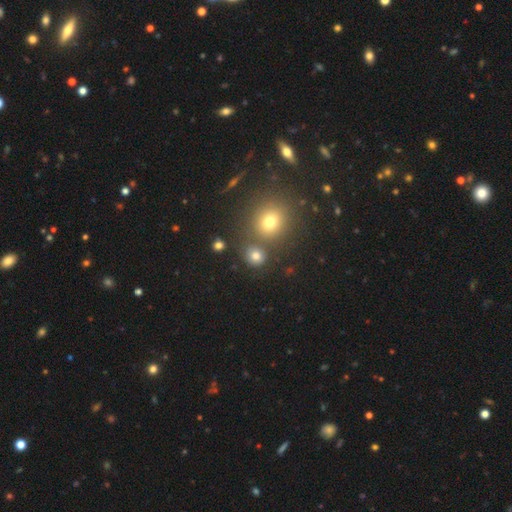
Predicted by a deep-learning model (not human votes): This appears to be a smooth galaxy with no disk features (75%) that is round (81%). Merging: none (72%).